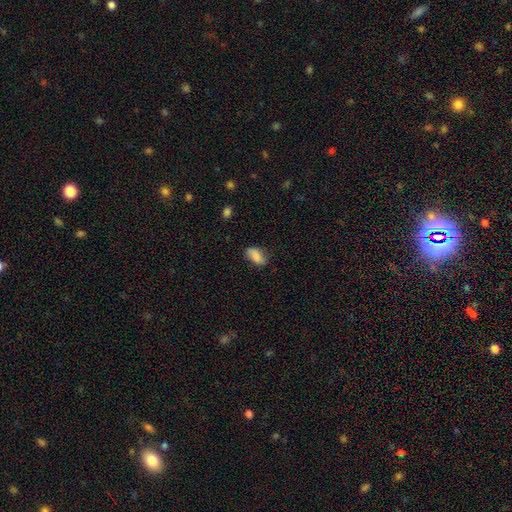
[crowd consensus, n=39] Overall: smooth (90%). How rounded: in between (86%). Merging: none (65%; minor disturbance 27%).